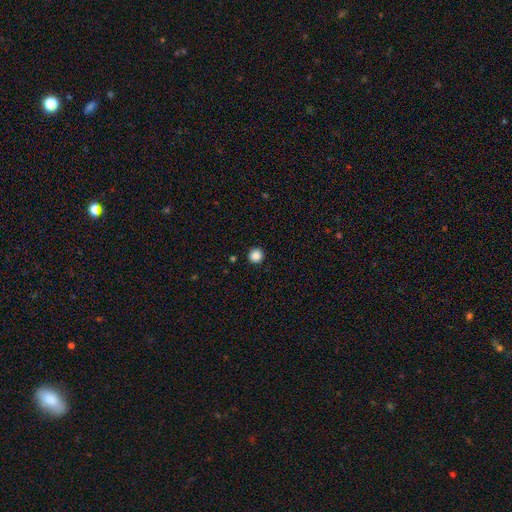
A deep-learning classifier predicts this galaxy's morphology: smooth 88%, star or artifact 10%, featured or disk 2%. Down the decision tree: how rounded — round (96%); merging — none (93%).